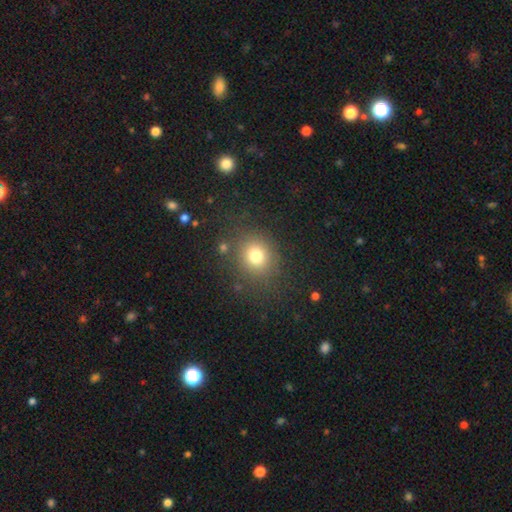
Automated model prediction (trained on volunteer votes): Smooth or featured? Predicted: smooth (p=0.76). How rounded? Predicted: round (p=0.76). Merging? Predicted: none (p=0.82).